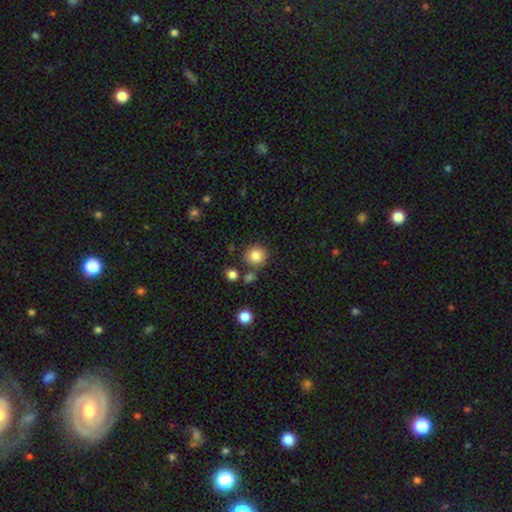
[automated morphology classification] This is clearly a smooth galaxy (84%). How rounded: clearly round (90%). Merging: clearly none (81%).